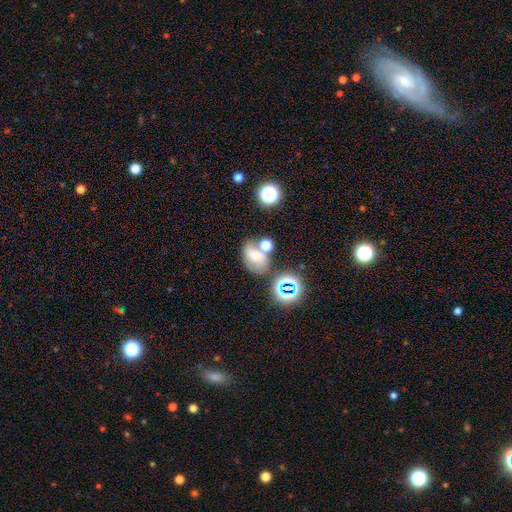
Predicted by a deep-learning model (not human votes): smooth 55%, featured or disk 25%, star or artifact 20%. Down the decision tree: how rounded — in between (64%); merging — none (47%).